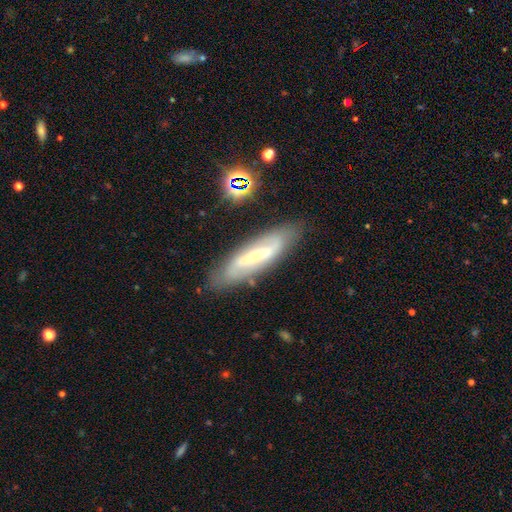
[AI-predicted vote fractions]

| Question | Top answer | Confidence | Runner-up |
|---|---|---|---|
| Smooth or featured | featured or disk | 66% | smooth (26%) |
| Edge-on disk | no | 72% | yes (28%) |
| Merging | none | 80% | minor disturbance (14%) |